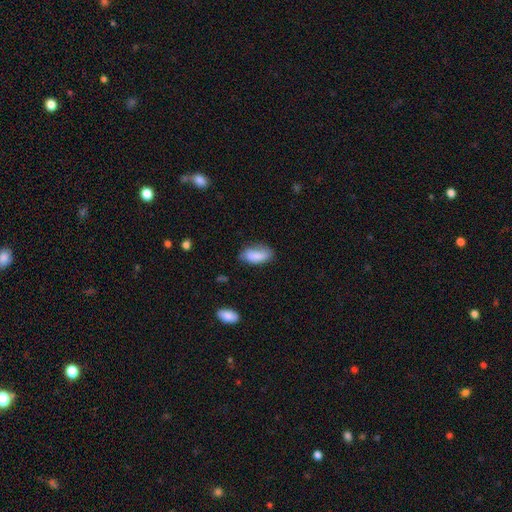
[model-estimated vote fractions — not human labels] The model was most divided on "merging": none: 62%, minor disturbance: 29%, major disturbance: 7%, merger: 2%. More confident: how rounded — in between (91%); smooth or featured — smooth (80%).